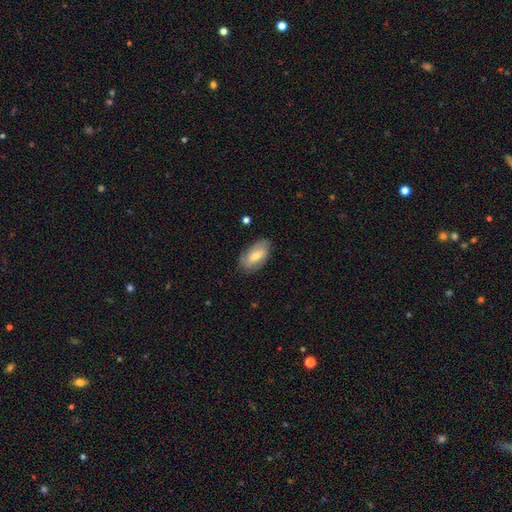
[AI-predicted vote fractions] Smooth or featured?
  - smooth: 63% *
  - featured or disk: 31%
  - star or artifact: 6%
How rounded?
  - in between: 91% *
  - cigar-shaped: 5%
  - round: 3%
Merging?
  - none: 78% *
  - minor disturbance: 17%
  - major disturbance: 3%
  - merger: 1%